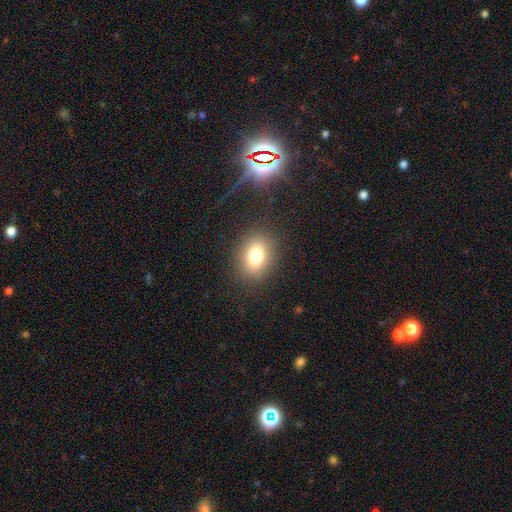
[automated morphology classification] Overall: smooth (76%). How rounded: in between (60%; round 39%). Merging: none (85%).